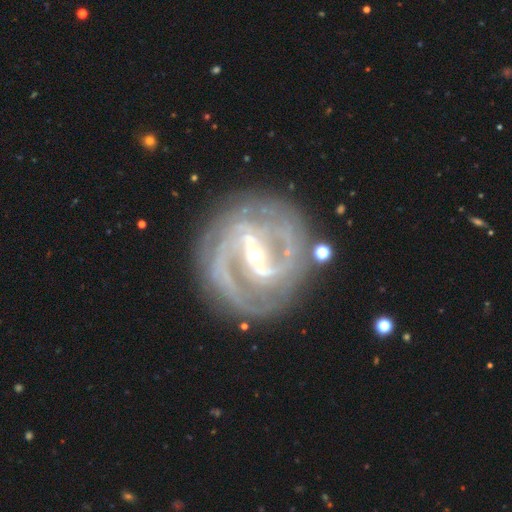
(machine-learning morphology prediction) smooth-or-featured: featured or disk: 92% | star or artifact: 5% | smooth: 3%
  disk-edge-on: no: 97% | yes: 3%
    bar: strong: 67% | weak: 26% | no: 6%
    has-spiral-arms: yes: 97% | no: 3%
      spiral-winding: tight: 49% | medium: 41% | loose: 10%
      spiral-arm-count: 2: 51% | 3: 17% | can't tell: 13% | 4: 8% | more than 4: 5% | 1: 5%
    bulge-size: small: 50% | moderate: 45% | large: 3% | none: 1% | dominant: 1%
  merging: none: 79% | minor disturbance: 13% | major disturbance: 6% | merger: 2%